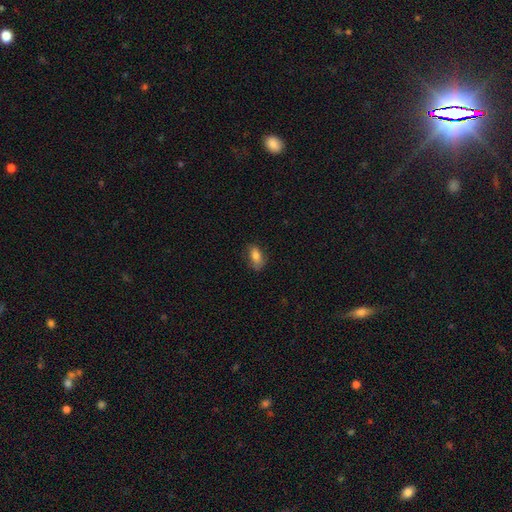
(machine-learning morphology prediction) A smooth galaxy with no disk features (81%) that is in between round and cigar-shaped (86%). Merging: none (73%).